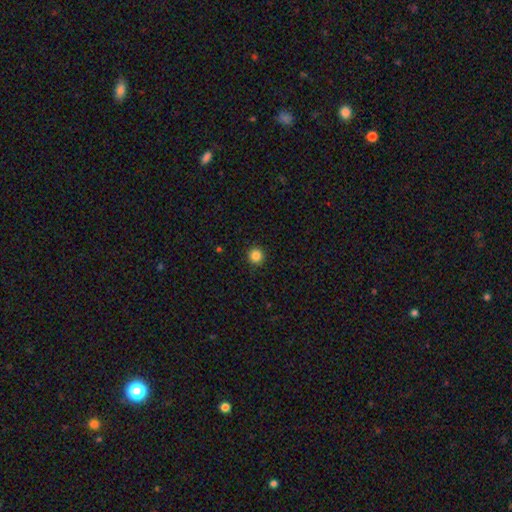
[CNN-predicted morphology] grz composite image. It shows a smooth galaxy with no disk features (86%) that is round (95%). Merging: none (92%).